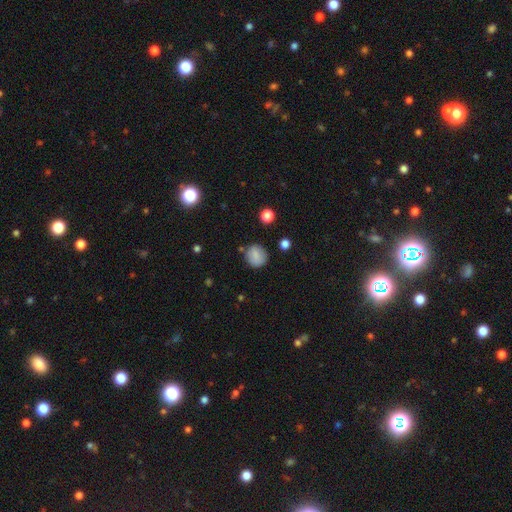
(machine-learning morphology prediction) Smooth or featured?
  - smooth: 83% *
  - star or artifact: 9%
  - featured or disk: 8%
How rounded?
  - round: 85% *
  - in between: 13%
  - cigar-shaped: 1%
Merging?
  - none: 82% *
  - minor disturbance: 12%
  - major disturbance: 3%
  - merger: 3%